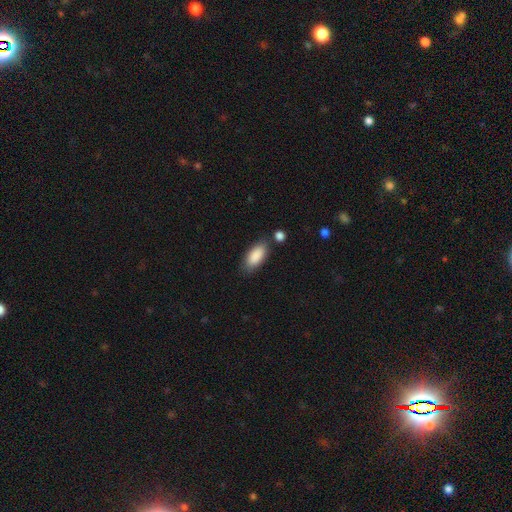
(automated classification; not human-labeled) Smooth or featured? Predicted: smooth (p=0.88). How rounded? Predicted: in between (p=0.87). Merging? Predicted: none (p=0.75).